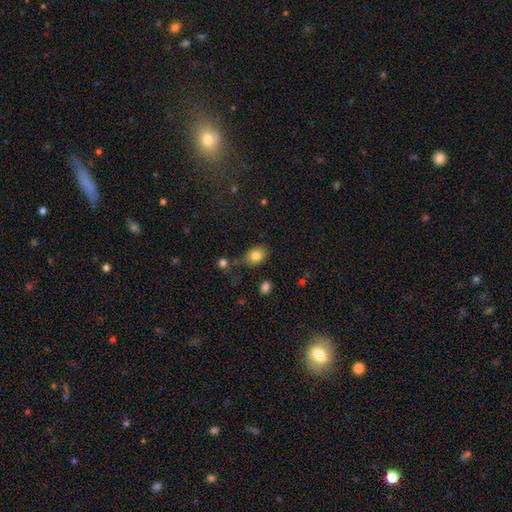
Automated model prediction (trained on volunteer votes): This is clearly a smooth galaxy (82%). How rounded: likely in between (74%). Merging: likely none (72%).